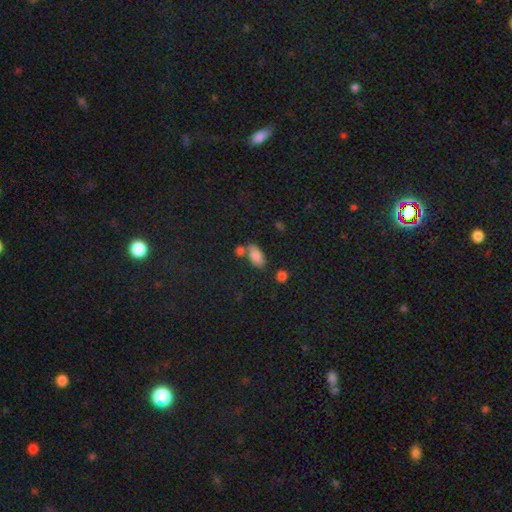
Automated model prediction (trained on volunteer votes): This appears to be a smooth galaxy with no disk features (84%) that is in between round and cigar-shaped (90%). Merging: none (59%).